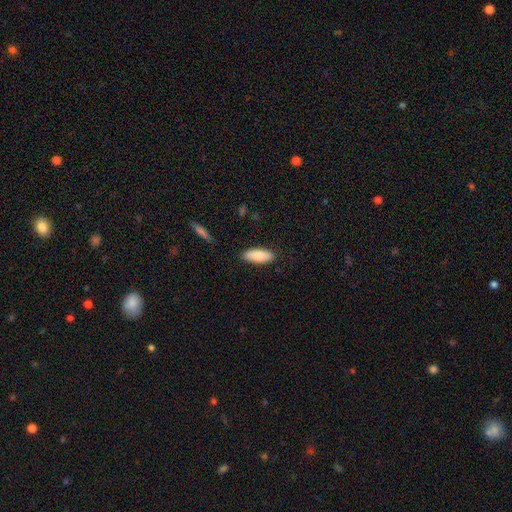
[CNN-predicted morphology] smooth 81%, featured or disk 13%, star or artifact 6%. Down the decision tree: how rounded — in between (75%); merging — none (87%).